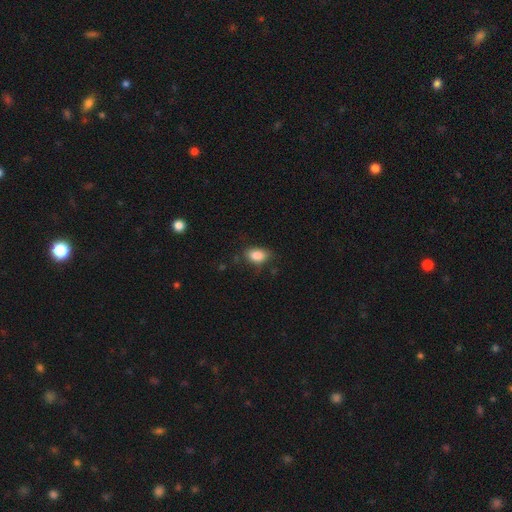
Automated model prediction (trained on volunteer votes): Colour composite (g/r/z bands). It shows a smooth galaxy with no disk features (86%) that is in between round and cigar-shaped (83%). Merging: none (70%).